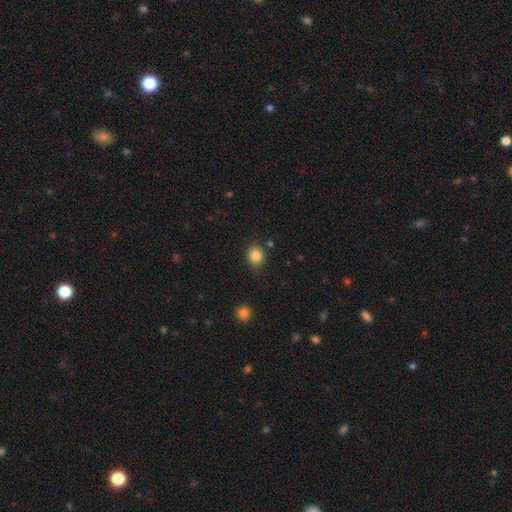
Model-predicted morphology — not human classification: smooth_or_featured: smooth (p=0.85) [alt: star or artifact p=0.10]
how_rounded: round (p=0.64) [alt: in between p=0.35]
merging: none (p=0.84) [alt: minor disturbance p=0.10]